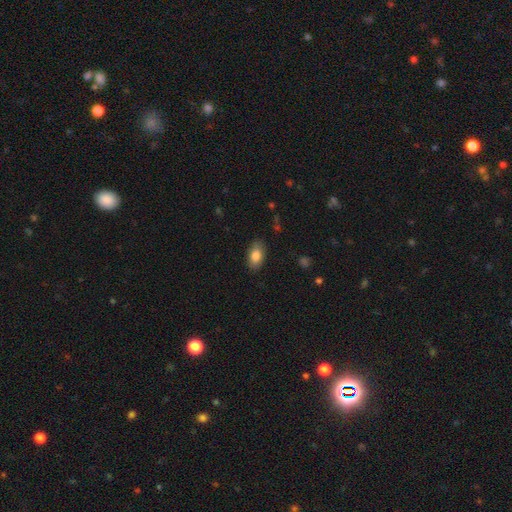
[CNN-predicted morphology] Smooth or featured? Predicted: smooth (p=0.83). How rounded? Predicted: in between (p=0.92). Merging? Predicted: none (p=0.86).